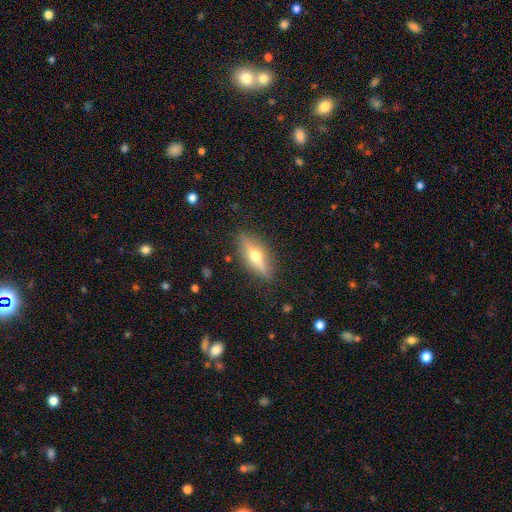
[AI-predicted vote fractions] Morphology: type=featured or disk (51%); edge-on=yes (86%); merging=none (86%).